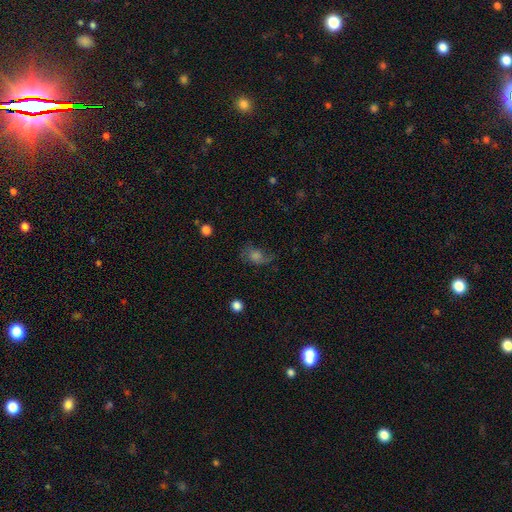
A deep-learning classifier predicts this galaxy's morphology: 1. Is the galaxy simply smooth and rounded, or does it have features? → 45% smooth, 37% featured or disk, 18% star or artifact.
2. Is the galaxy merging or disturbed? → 56% none, 23% minor disturbance, 18% major disturbance, 2% merger.